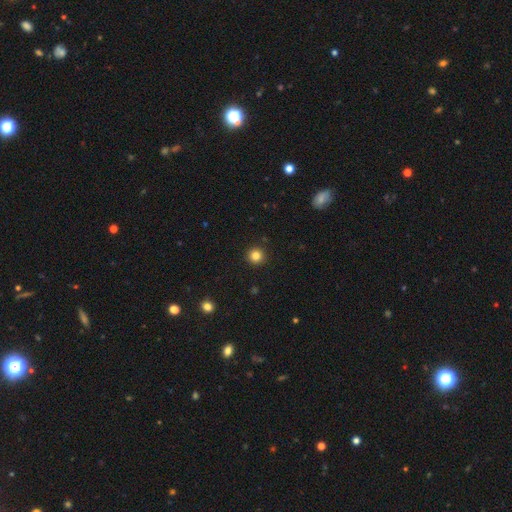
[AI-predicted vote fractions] smooth 84%, star or artifact 12%, featured or disk 5%. Down the decision tree: how rounded — round (96%); merging — none (93%).